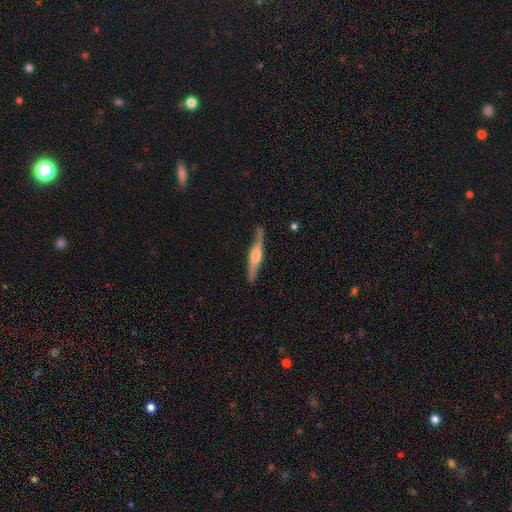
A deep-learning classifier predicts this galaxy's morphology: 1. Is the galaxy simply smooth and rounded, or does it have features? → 71% featured or disk, 24% smooth, 5% star or artifact.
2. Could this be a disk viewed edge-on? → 96% yes, 4% no.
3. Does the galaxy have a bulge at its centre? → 79% rounded, 16% boxy, 6% none.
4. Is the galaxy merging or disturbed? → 86% none, 11% minor disturbance, 2% major disturbance, 1% merger.